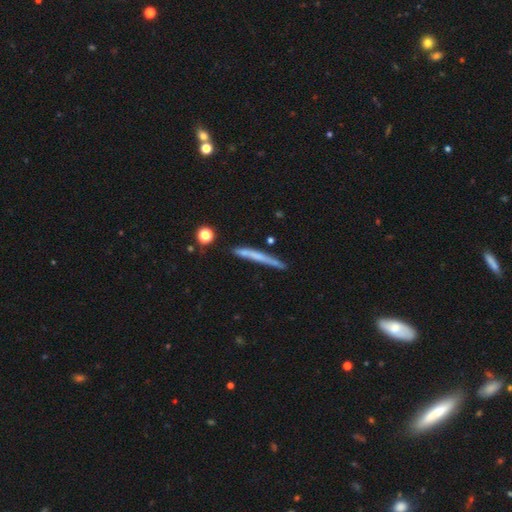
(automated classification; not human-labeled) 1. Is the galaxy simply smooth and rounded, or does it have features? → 52% smooth, 40% featured or disk, 8% star or artifact.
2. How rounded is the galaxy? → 96% cigar-shaped, 2% in between, 2% round.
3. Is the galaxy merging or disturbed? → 77% none, 16% minor disturbance, 4% merger, 4% major disturbance.